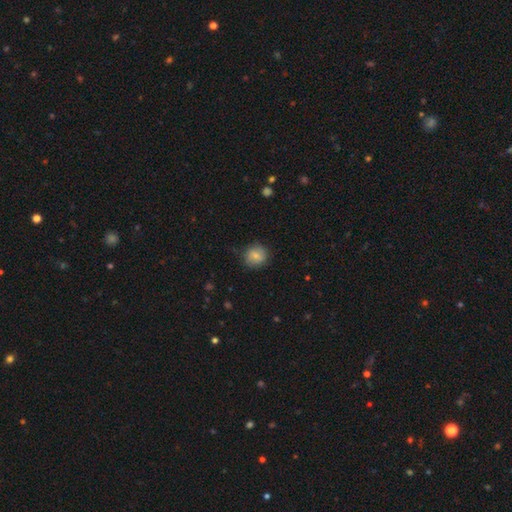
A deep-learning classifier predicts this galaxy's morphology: Smooth or featured: smooth — 78% (featured or disk — 14%)
How rounded: round — 87% (in between — 12%)
Merging: none — 84% (minor disturbance — 12%)